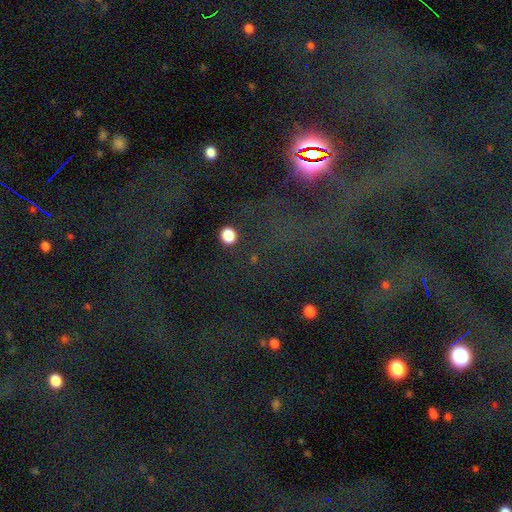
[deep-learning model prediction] Smooth or featured: star or artifact — 76% (smooth — 13%)